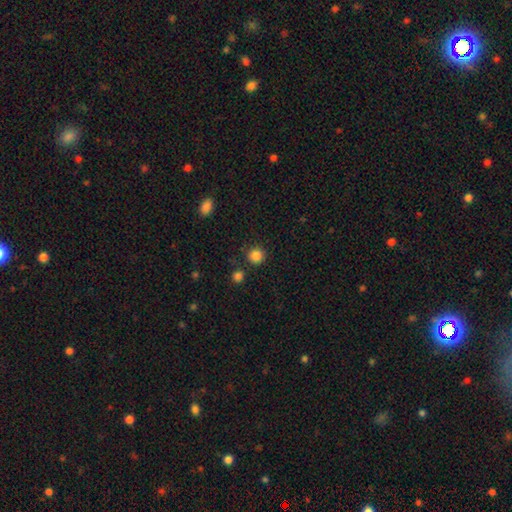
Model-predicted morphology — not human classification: smooth 85%, star or artifact 11%, featured or disk 4%. Down the decision tree: how rounded — round (94%); merging — none (87%).